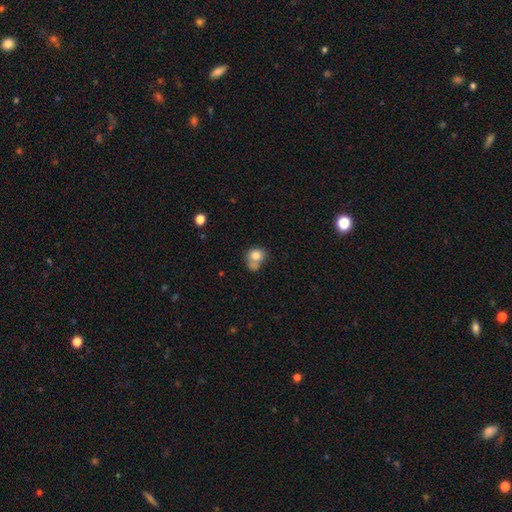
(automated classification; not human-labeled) Smooth or featured: smooth — 78% (featured or disk — 13%)
How rounded: round — 64% (in between — 35%)
Merging: merger — 35% (tied with none — 35%)